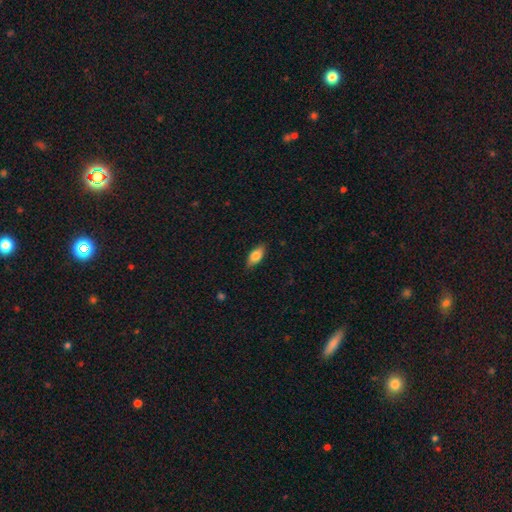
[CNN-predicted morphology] Q: Smooth or featured?
A: smooth (79%); runner-up: featured or disk (15%)
Q: How rounded?
A: in between (85%); runner-up: cigar-shaped (12%)
Q: Merging?
A: none (84%); runner-up: minor disturbance (13%)